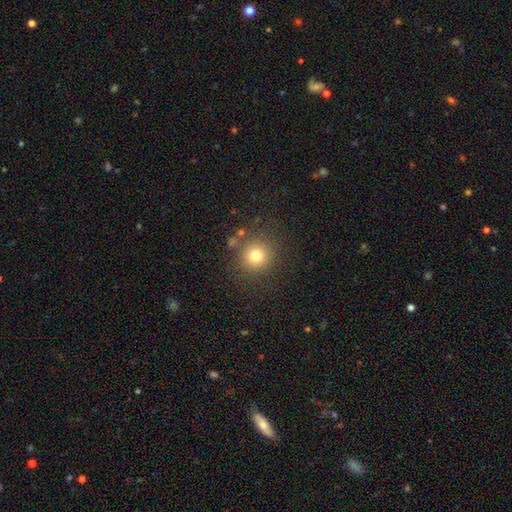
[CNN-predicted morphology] Smooth or featured? Predicted: smooth (p=0.76). How rounded? Predicted: round (p=0.94). Merging? Predicted: none (p=0.83).